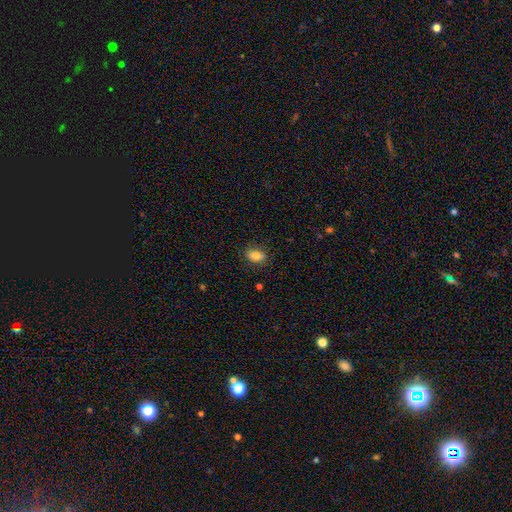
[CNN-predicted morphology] The model was most divided on "how rounded": in between: 82%, round: 16%, cigar-shaped: 2%. More confident: merging — none (83%); smooth or featured — smooth (81%).